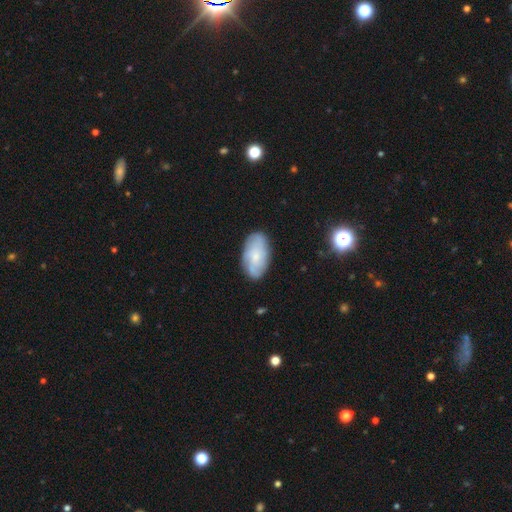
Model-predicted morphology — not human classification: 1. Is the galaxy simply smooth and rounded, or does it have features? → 47% smooth, 46% featured or disk, 7% star or artifact.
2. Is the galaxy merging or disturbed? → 79% none, 16% minor disturbance, 4% major disturbance, 1% merger.